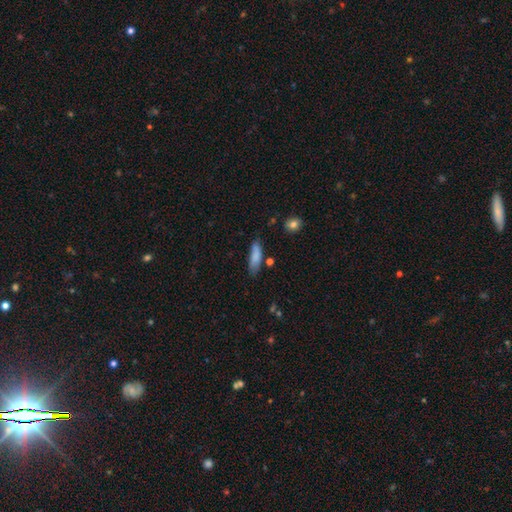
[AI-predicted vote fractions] smooth 83%, featured or disk 10%, star or artifact 7%. Down the decision tree: how rounded — cigar-shaped (51%); merging — none (67%).